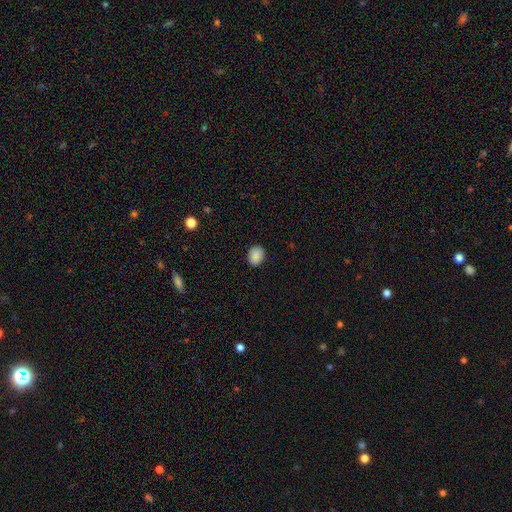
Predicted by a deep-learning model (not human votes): A smooth galaxy with no disk features (86%) that is round (55%).

Vote fractions:
- Smooth or featured? smooth: 86% / star or artifact: 9% / featured or disk: 6%
- How rounded? round: 55% / in between: 44% / cigar-shaped: 1%
- Merging? none: 84% / minor disturbance: 12% / major disturbance: 2% / merger: 1%